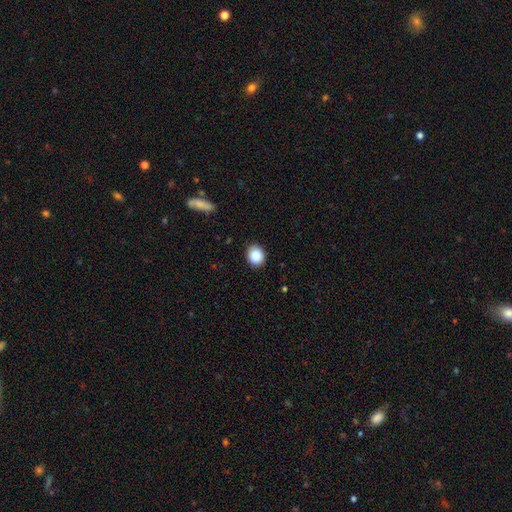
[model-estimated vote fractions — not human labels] smooth-or-featured: smooth: 88% | star or artifact: 8% | featured or disk: 4%
  how-rounded: round: 66% | in between: 33% | cigar-shaped: 1%
  merging: none: 88% | minor disturbance: 9% | major disturbance: 2% | merger: 1%